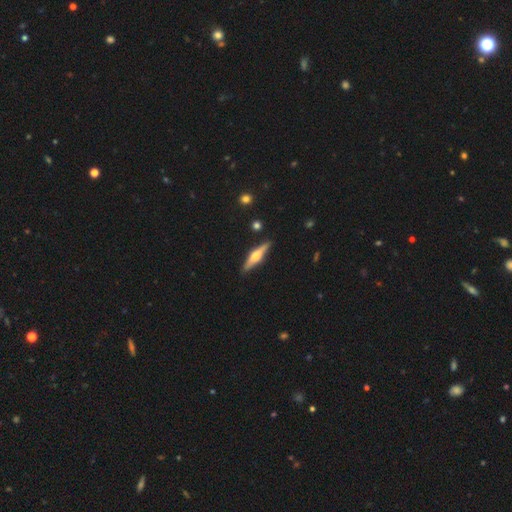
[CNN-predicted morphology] smooth-or-featured: featured or disk: 67% | smooth: 28% | star or artifact: 5%
  disk-edge-on: yes: 97% | no: 3%
    edge-on-bulge: rounded: 92% | boxy: 5% | none: 3%
  merging: none: 89% | minor disturbance: 8% | major disturbance: 2% | merger: 2%